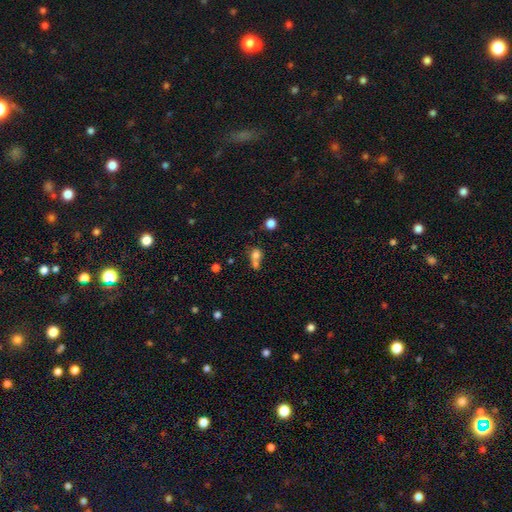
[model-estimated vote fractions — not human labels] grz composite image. It shows a smooth galaxy with no disk features (75%) that is round (65%). Merging: merger (54%).